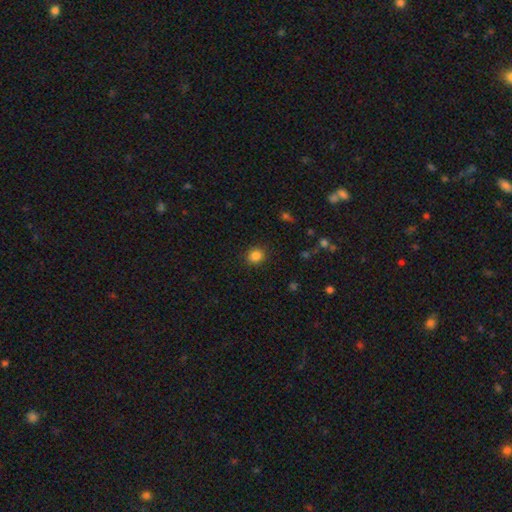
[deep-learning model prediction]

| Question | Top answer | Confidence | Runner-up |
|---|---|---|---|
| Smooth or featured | smooth | 84% | star or artifact (11%) |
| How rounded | round | 75% | in between (24%) |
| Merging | none | 89% | minor disturbance (7%) |